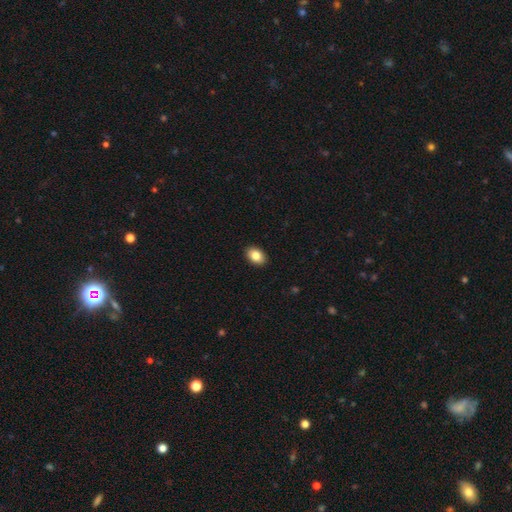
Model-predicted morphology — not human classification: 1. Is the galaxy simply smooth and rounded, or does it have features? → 84% smooth, 8% star or artifact, 8% featured or disk.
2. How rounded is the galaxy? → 83% in between, 16% round, 1% cigar-shaped.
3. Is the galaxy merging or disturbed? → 91% none, 7% minor disturbance, 2% major disturbance, 1% merger.